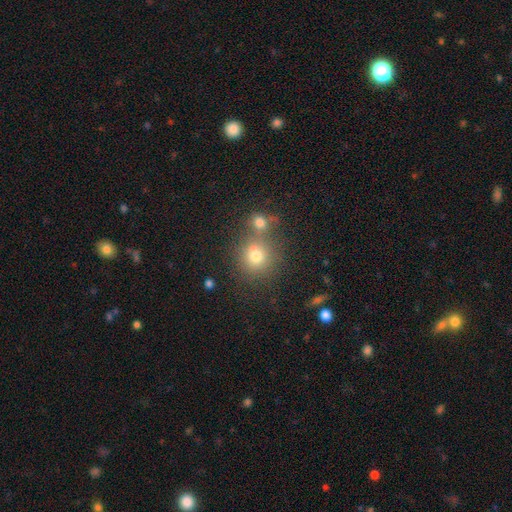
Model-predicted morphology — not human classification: This is likely a smooth galaxy (74%). How rounded: clearly round (88%). Merging: likely none (60%).